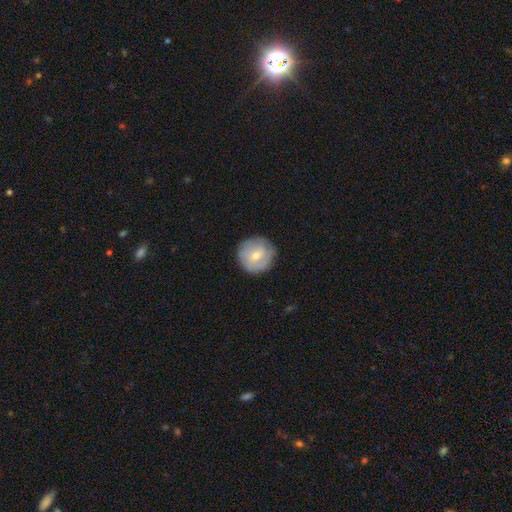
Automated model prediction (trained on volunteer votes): smooth-or-featured: smooth: 57% | featured or disk: 36% | star or artifact: 7%
  how-rounded: round: 94% | in between: 5% | cigar-shaped: 1%
  merging: none: 84% | minor disturbance: 11% | major disturbance: 3% | merger: 1%